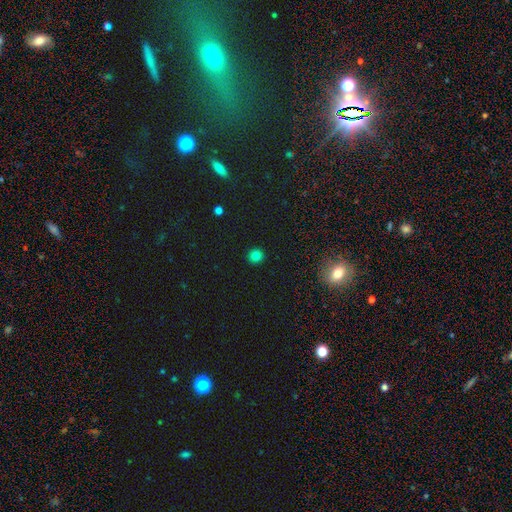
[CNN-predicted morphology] Q: Smooth or featured?
A: smooth (81%); runner-up: star or artifact (14%)
Q: How rounded?
A: round (92%); runner-up: in between (7%)
Q: Merging?
A: none (93%); runner-up: minor disturbance (5%)